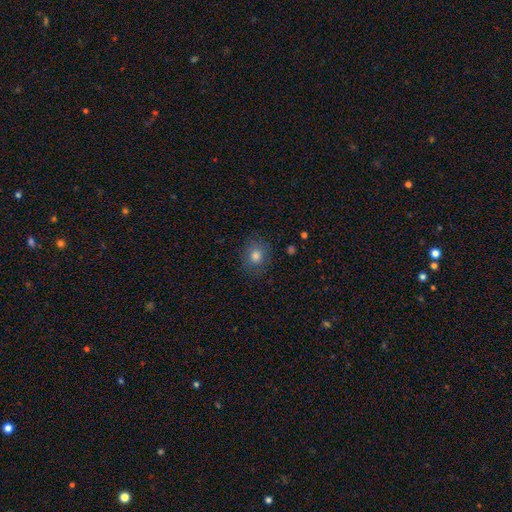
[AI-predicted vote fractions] A smooth galaxy with no disk features (79%) that is round (77%).

Vote fractions:
- Smooth or featured? smooth: 79% / star or artifact: 13% / featured or disk: 8%
- How rounded? round: 77% / in between: 22% / cigar-shaped: 1%
- Merging? none: 85% / minor disturbance: 11% / major disturbance: 3% / merger: 1%